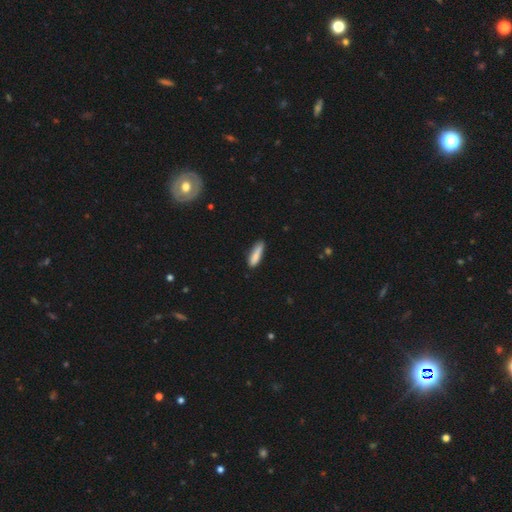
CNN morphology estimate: Overall: smooth (85%). How rounded: cigar-shaped (72%). Merging: none (76%).